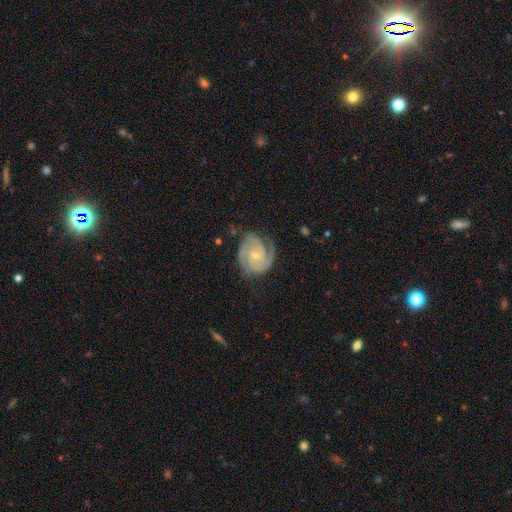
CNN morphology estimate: smooth_or_featured: featured or disk (p=0.88) [alt: smooth p=0.07]
disk_edge_on: no (p=0.98) [alt: yes p=0.02]
bar: no (p=0.62) [alt: weak p=0.31]
has_spiral_arms: yes (p=0.98) [alt: no p=0.02]
spiral_winding: tight (p=0.61) [alt: medium p=0.33]
spiral_arm_count: 2 (p=0.48) [alt: 3 p=0.29]
bulge_size: small (p=0.64) [alt: moderate p=0.32]
merging: none (p=0.67) [alt: minor disturbance p=0.22]